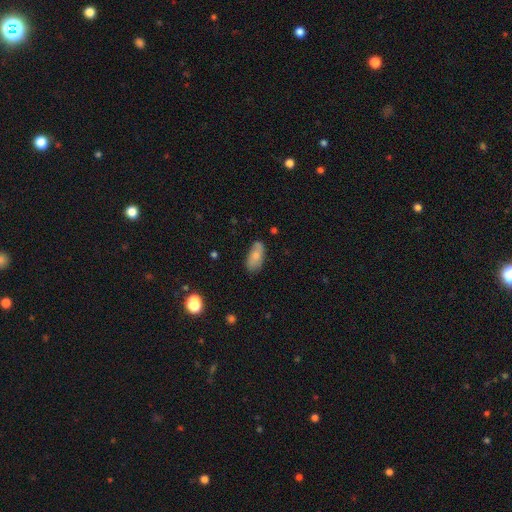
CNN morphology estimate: Q: Smooth or featured?
A: smooth (72%); runner-up: featured or disk (21%)
Q: How rounded?
A: in between (88%); runner-up: cigar-shaped (9%)
Q: Merging?
A: none (69%); runner-up: minor disturbance (24%)